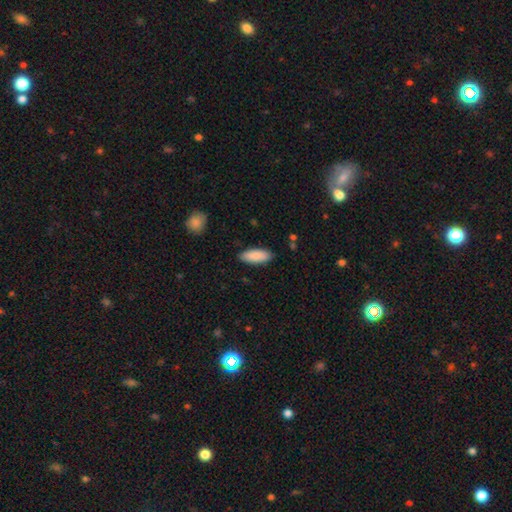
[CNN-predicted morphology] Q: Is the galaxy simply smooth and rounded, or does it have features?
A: smooth — 89%.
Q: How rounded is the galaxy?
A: in between — 76%.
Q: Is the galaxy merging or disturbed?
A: none — 87%.